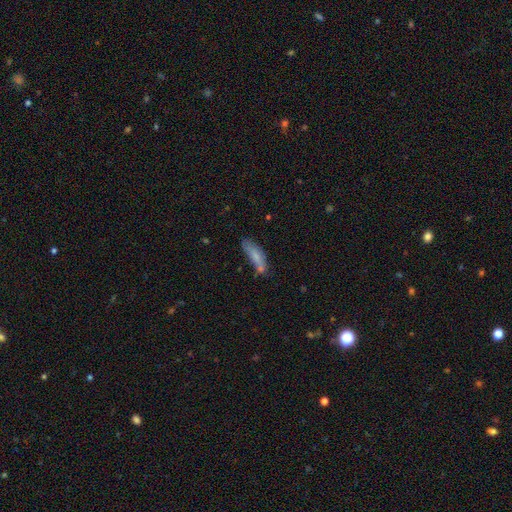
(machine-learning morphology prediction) Smooth or featured? Predicted: smooth (p=0.74). How rounded? Predicted: cigar-shaped (p=0.58). Merging? Predicted: none (p=0.53).